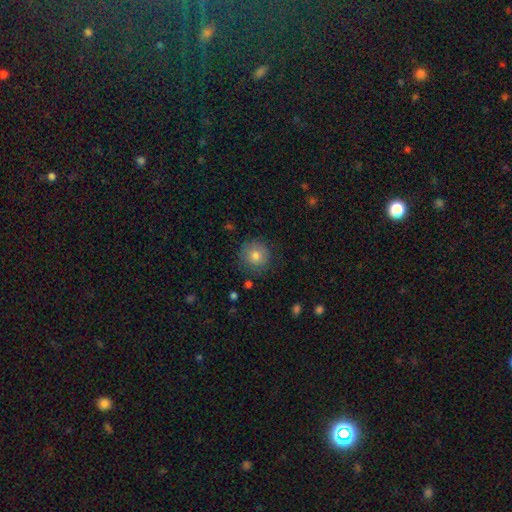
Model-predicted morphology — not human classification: This appears to be a smooth galaxy with no disk features (78%) that is round (94%). Merging: none (84%).